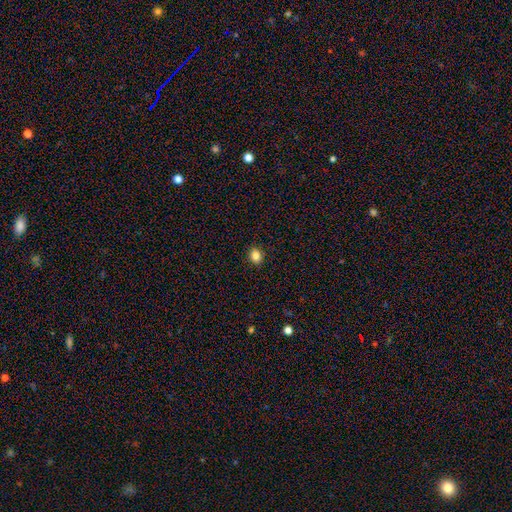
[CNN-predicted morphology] A smooth galaxy with no disk features (84%) that is round (55%).

Vote fractions:
- Smooth or featured? smooth: 84% / star or artifact: 11% / featured or disk: 5%
- How rounded? round: 55% / in between: 44% / cigar-shaped: 1%
- Merging? none: 90% / minor disturbance: 7% / major disturbance: 2% / merger: 1%